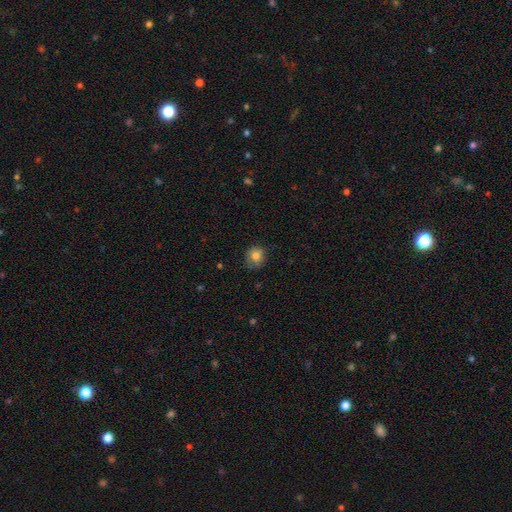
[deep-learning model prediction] smooth_or_featured: smooth (p=0.75) [alt: featured or disk p=0.15]
how_rounded: round (p=0.70) [alt: in between p=0.29]
merging: none (p=0.69) [alt: minor disturbance p=0.24]